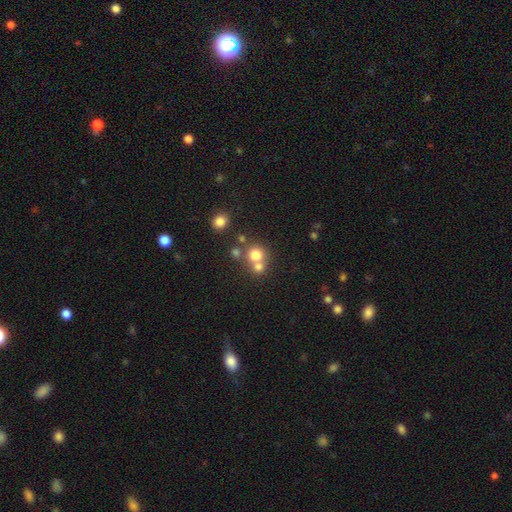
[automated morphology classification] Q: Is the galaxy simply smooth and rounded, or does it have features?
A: smooth — 74%.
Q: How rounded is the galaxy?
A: round — 87%.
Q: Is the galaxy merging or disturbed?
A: none — 48%.